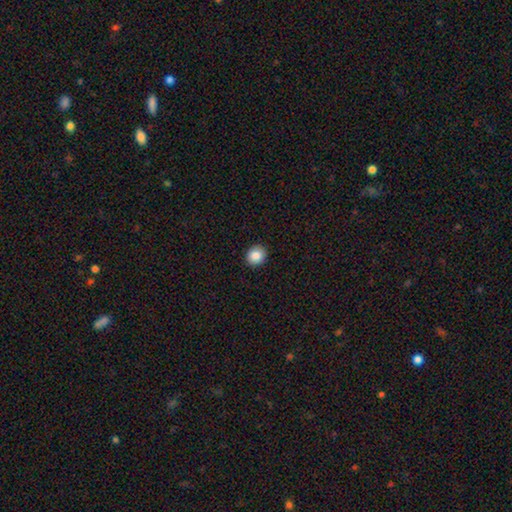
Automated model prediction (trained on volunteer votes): smooth-or-featured: smooth: 86% | star or artifact: 9% | featured or disk: 5%
  how-rounded: round: 76% | in between: 23% | cigar-shaped: 1%
  merging: none: 91% | minor disturbance: 6% | major disturbance: 2% | merger: 1%